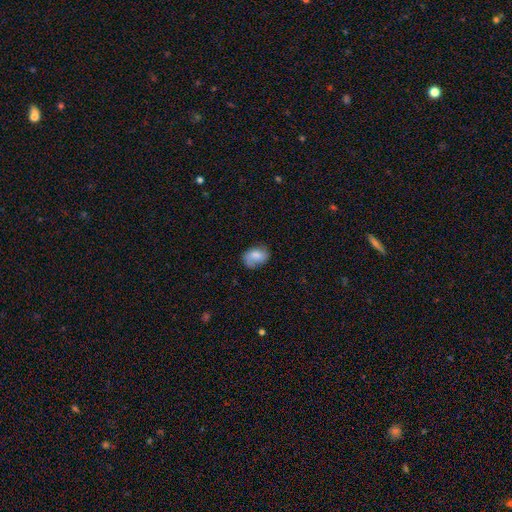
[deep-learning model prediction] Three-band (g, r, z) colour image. It shows a smooth galaxy with no disk features (69%) that is in between round and cigar-shaped (74%). Merging: none (59%).